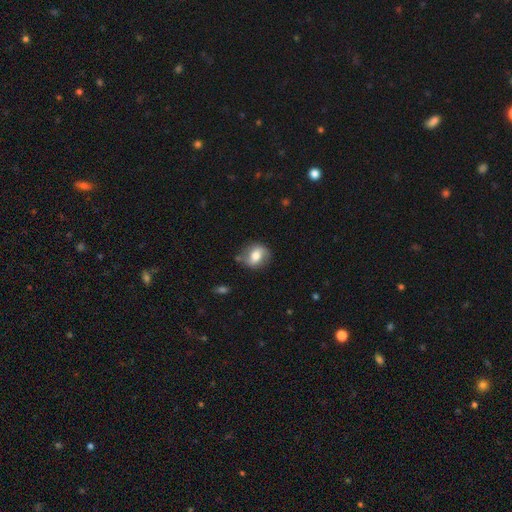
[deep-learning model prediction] Smooth or featured?
  - smooth: 63% *
  - featured or disk: 29%
  - star or artifact: 8%
How rounded?
  - round: 54% *
  - in between: 44%
  - cigar-shaped: 2%
Merging?
  - none: 73% *
  - minor disturbance: 18%
  - major disturbance: 5%
  - merger: 4%